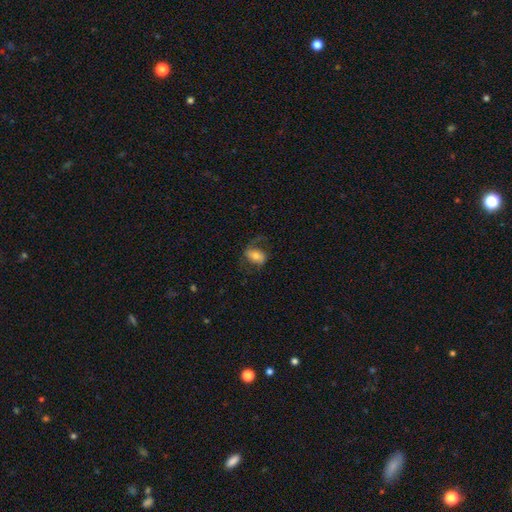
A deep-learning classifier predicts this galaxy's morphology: This is possibly a smooth galaxy (56%). How rounded: clearly in between (84%). Merging: possibly none (54%).